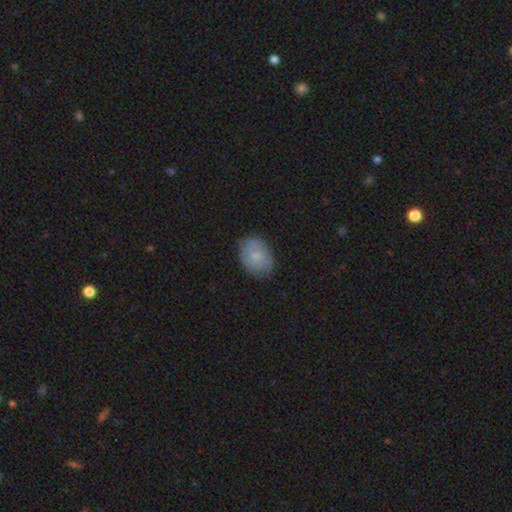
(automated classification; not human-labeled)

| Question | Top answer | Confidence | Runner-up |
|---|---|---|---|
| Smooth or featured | smooth | 71% | featured or disk (22%) |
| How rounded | in between | 67% | round (32%) |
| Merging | none | 77% | minor disturbance (18%) |